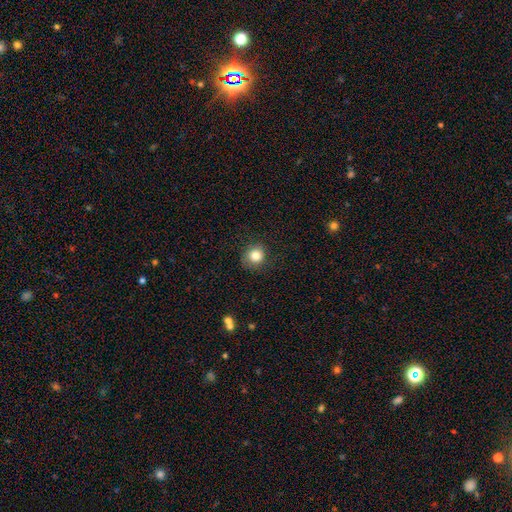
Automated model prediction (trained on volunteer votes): Smooth or featured?
  - smooth: 83% *
  - star or artifact: 10%
  - featured or disk: 7%
How rounded?
  - round: 86% *
  - in between: 13%
  - cigar-shaped: 1%
Merging?
  - none: 81% *
  - minor disturbance: 13%
  - major disturbance: 4%
  - merger: 1%